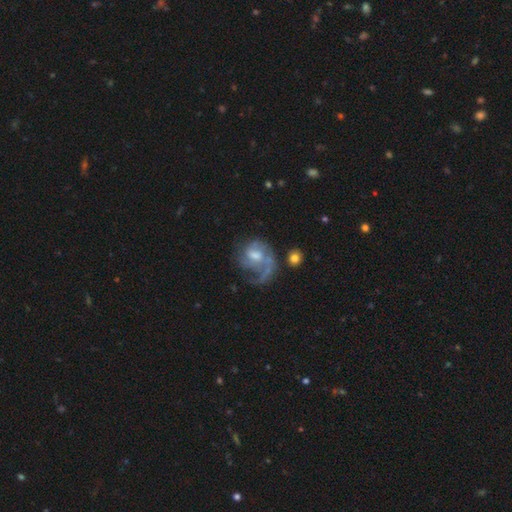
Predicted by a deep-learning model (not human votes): Morphology: type=featured or disk (71%); edge-on=no (98%); bar=no (47%); spiral arms=yes (84%); winding=loose (42%); arm count=1 (64%); bulge=moderate (51%); merging=major disturbance (42%).